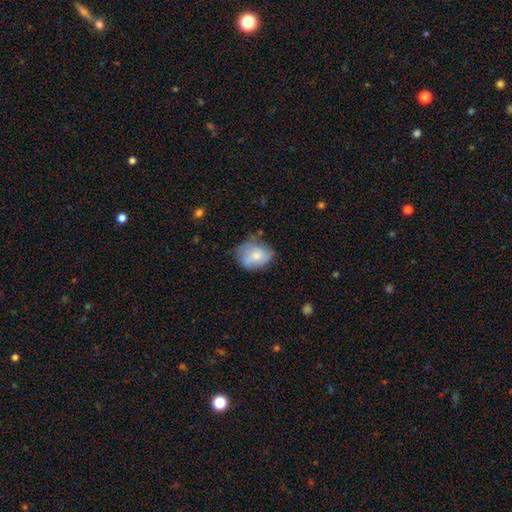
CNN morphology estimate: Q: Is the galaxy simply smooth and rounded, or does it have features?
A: smooth — 64%.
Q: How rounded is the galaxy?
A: in between — 52%.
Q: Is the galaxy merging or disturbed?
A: none — 53%.